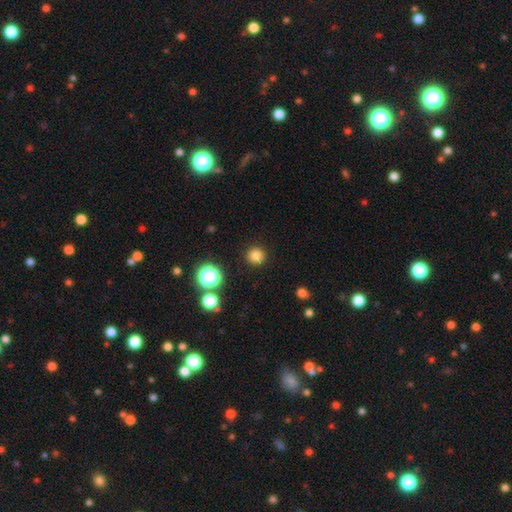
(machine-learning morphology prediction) Smooth or featured? smooth (81%)
How rounded? round (95%)
Merging? none (92%)